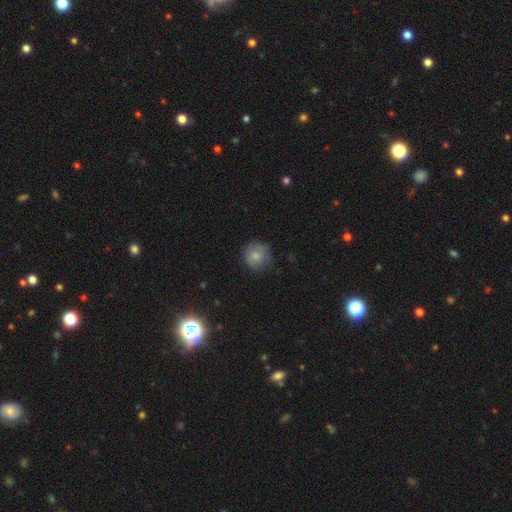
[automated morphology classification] Smooth or featured: smooth — 76% (featured or disk — 15%)
How rounded: round — 89% (in between — 10%)
Merging: none — 71% (minor disturbance — 22%)